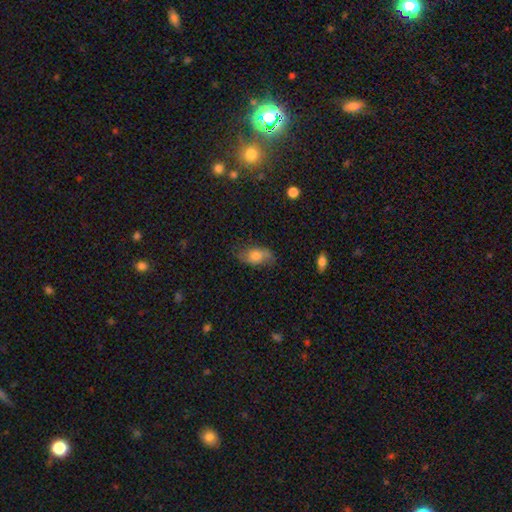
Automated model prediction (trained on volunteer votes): Q: Smooth or featured?
A: smooth (66%); runner-up: featured or disk (25%)
Q: How rounded?
A: in between (89%); runner-up: round (7%)
Q: Merging?
A: none (67%); runner-up: minor disturbance (24%)